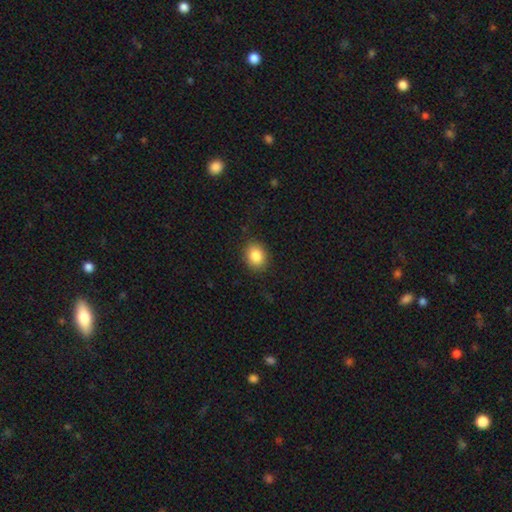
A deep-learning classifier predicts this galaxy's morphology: type=smooth (85%); roundness=in between (50%); merging=none (87%).